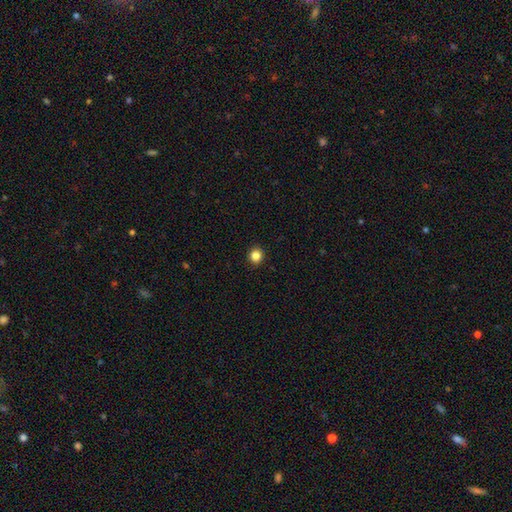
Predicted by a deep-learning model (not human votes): Overall: smooth (84%). How rounded: round (91%). Merging: none (93%).